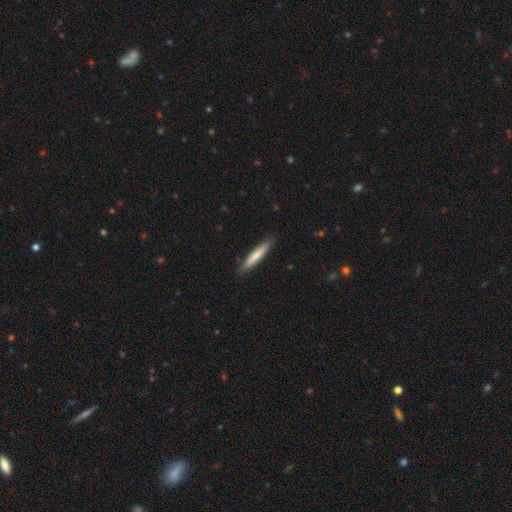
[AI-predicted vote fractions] This is likely a smooth galaxy (69%). How rounded: clearly cigar-shaped (92%). Merging: clearly none (87%).